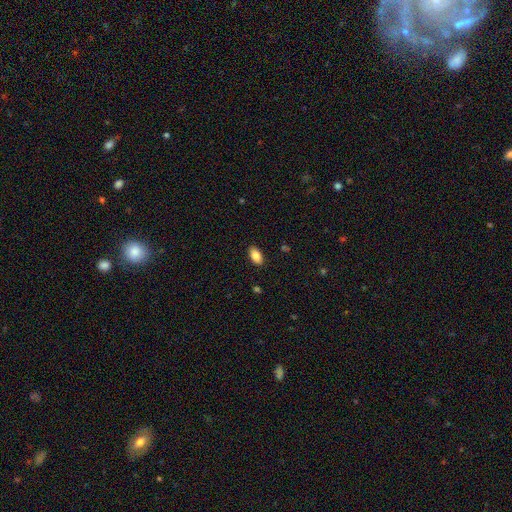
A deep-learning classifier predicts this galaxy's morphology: Smooth or featured? Predicted: smooth (p=0.84). How rounded? Predicted: in between (p=0.93). Merging? Predicted: none (p=0.89).